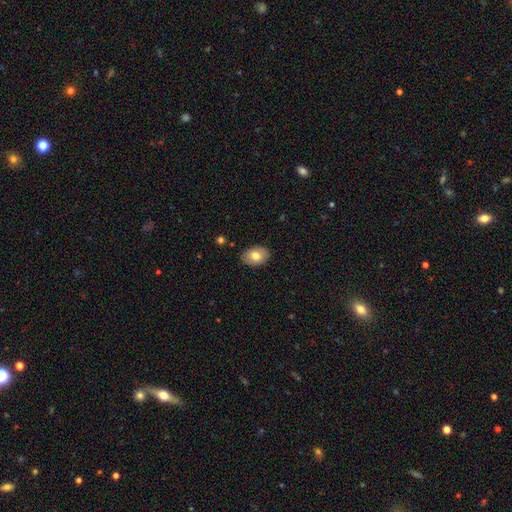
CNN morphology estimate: Q: Smooth or featured?
A: smooth (77%); runner-up: featured or disk (16%)
Q: How rounded?
A: in between (79%); runner-up: round (20%)
Q: Merging?
A: none (87%); runner-up: minor disturbance (10%)